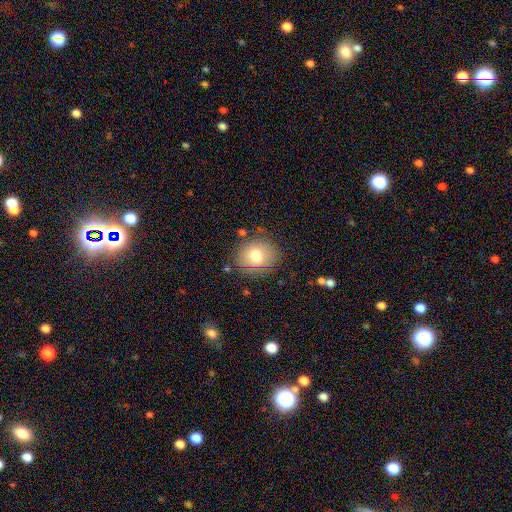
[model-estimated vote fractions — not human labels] Smooth or featured?
  - smooth: 76% *
  - featured or disk: 14%
  - star or artifact: 10%
How rounded?
  - round: 74% *
  - in between: 25%
  - cigar-shaped: 1%
Merging?
  - none: 80% *
  - minor disturbance: 13%
  - major disturbance: 4%
  - merger: 2%